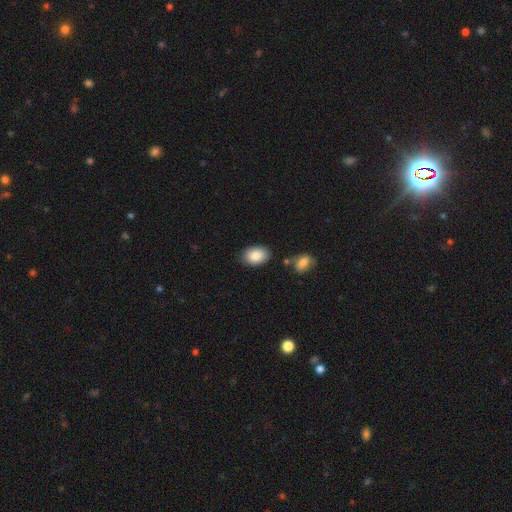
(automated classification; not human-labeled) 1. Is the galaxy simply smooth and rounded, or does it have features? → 86% smooth, 7% featured or disk, 7% star or artifact.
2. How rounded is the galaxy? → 87% in between, 11% round, 1% cigar-shaped.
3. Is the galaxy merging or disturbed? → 80% none, 13% minor disturbance, 5% merger, 3% major disturbance.